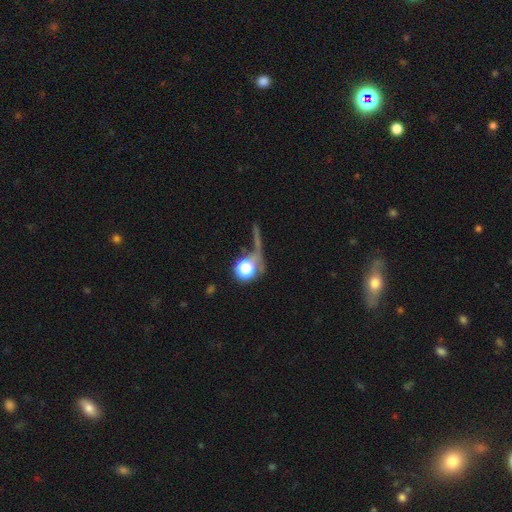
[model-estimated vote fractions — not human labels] Overall: smooth (44%; star or artifact 32%). Merging: none (52%; major disturbance 18%).